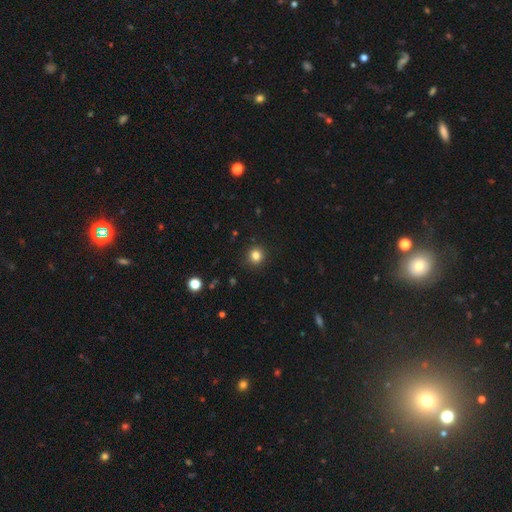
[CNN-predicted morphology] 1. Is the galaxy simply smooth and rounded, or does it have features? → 82% smooth, 13% star or artifact, 5% featured or disk.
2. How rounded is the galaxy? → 92% round, 7% in between, 1% cigar-shaped.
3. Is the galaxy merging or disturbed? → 91% none, 6% minor disturbance, 2% major disturbance, 1% merger.